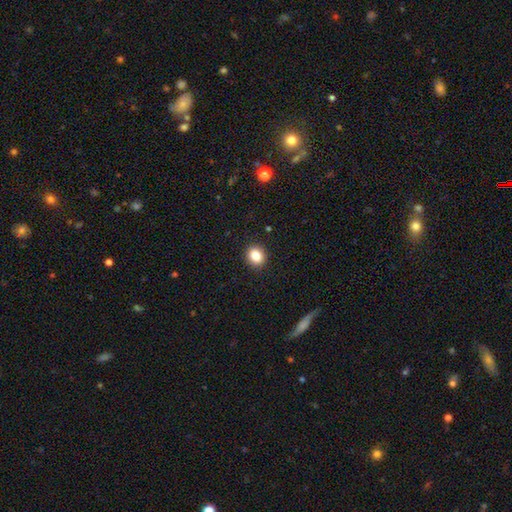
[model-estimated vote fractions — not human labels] Smooth or featured: smooth — 84% (star or artifact — 10%)
How rounded: round — 70% (in between — 29%)
Merging: none — 91% (minor disturbance — 6%)